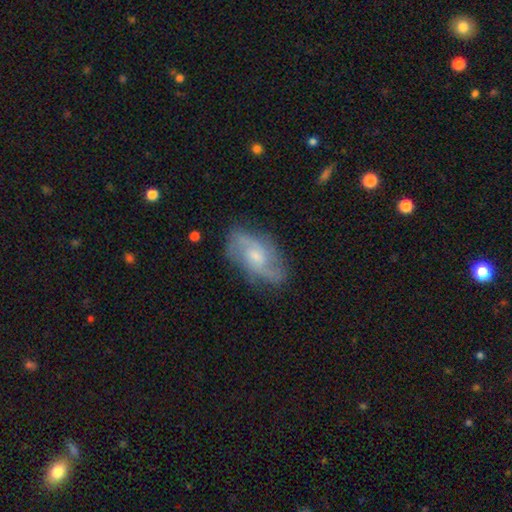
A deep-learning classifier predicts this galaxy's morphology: Overall: featured or disk (71%). Edge-on disk: no (94%). Bar: no (61%; weak 33%). Spiral arms: yes (91%). Spiral arm count: 2 (64%). Spiral winding: medium (43%; loose 37%). Bulge size: moderate (46%; small 43%). Merging: none (76%).